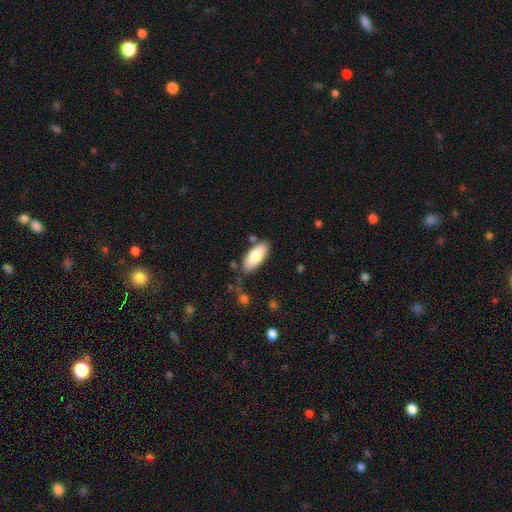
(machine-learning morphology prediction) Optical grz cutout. It shows a smooth galaxy with no disk features (81%) that is in between round and cigar-shaped (85%). Merging: none (76%).